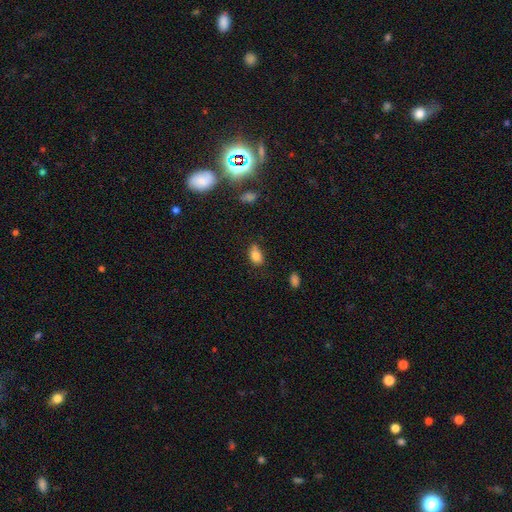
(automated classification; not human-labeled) Smooth or featured? Predicted: smooth (p=0.82). How rounded? Predicted: in between (p=0.78). Merging? Predicted: none (p=0.60).